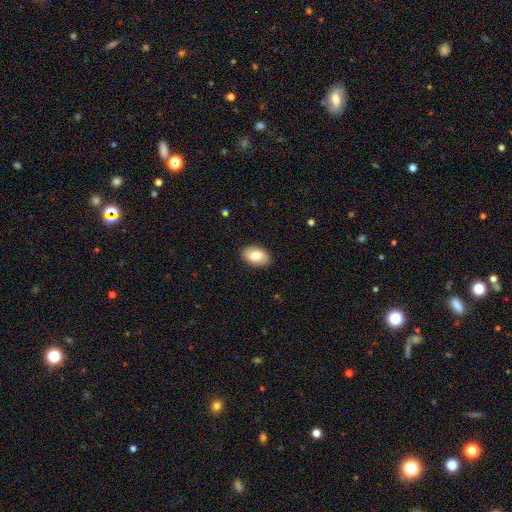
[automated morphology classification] Smooth or featured?
  - smooth: 77% *
  - featured or disk: 16%
  - star or artifact: 7%
How rounded?
  - in between: 90% *
  - round: 9%
  - cigar-shaped: 1%
Merging?
  - none: 88% *
  - minor disturbance: 9%
  - major disturbance: 2%
  - merger: 1%